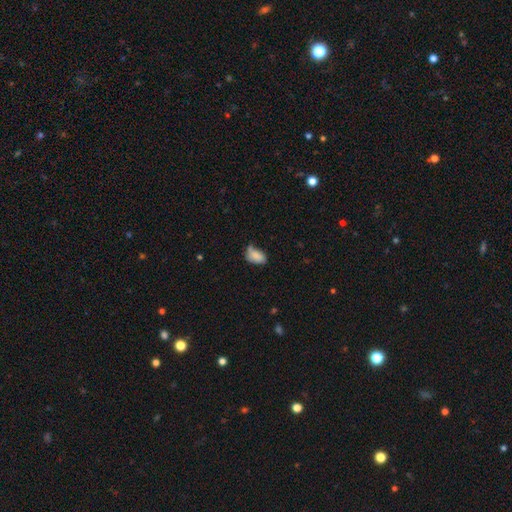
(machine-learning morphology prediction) type=smooth (77%); roundness=in between (91%); merging=none (41%).